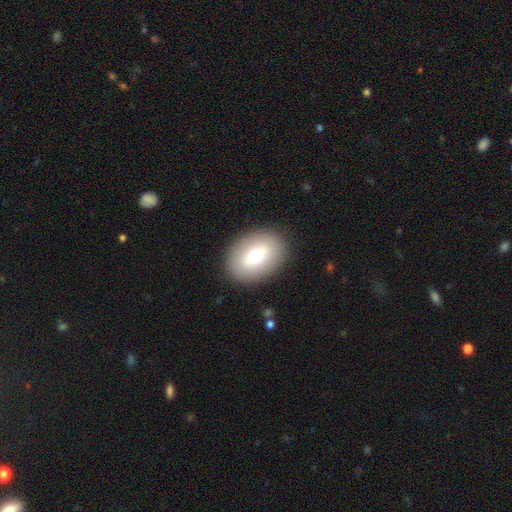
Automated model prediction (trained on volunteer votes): This is likely a smooth galaxy (67%). How rounded: likely in between (75%). Merging: clearly none (88%).